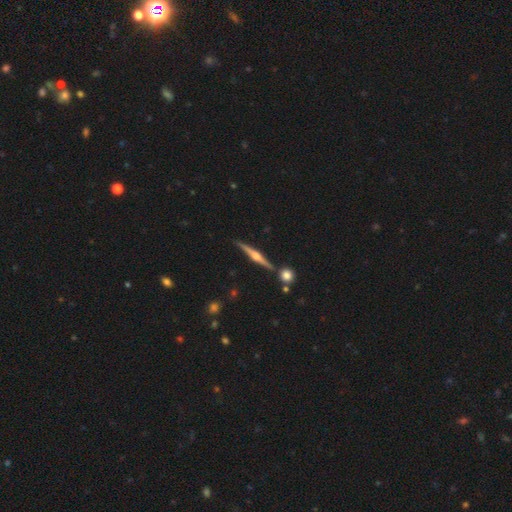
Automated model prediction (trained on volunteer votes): This is clearly a featured or disk galaxy (80%). It is clearly viewed edge-on (98%). Edge-on bulge: clearly rounded (93%). Merging: clearly none (87%).